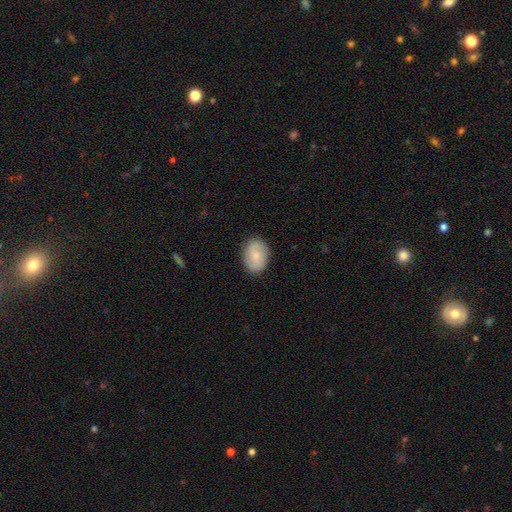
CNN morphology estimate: A smooth galaxy with no disk features (59%) that is in between round and cigar-shaped (58%). Merging: none (86%).